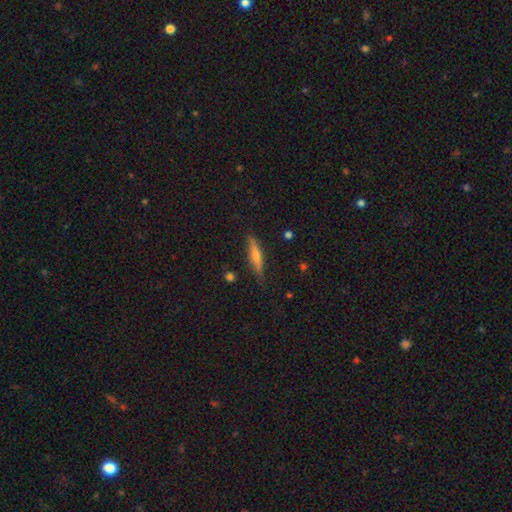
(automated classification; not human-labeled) This is possibly a featured or disk galaxy (54%). It is clearly viewed edge-on (94%). Edge-on bulge: clearly rounded (85%). Merging: clearly none (84%).